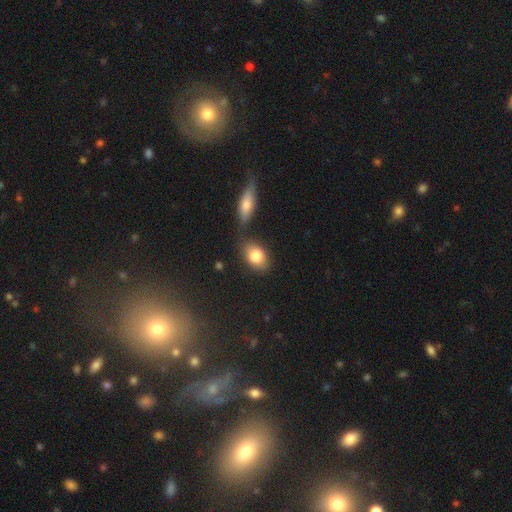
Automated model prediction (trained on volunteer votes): Overall: smooth (82%). How rounded: in between (79%). Merging: none (69%).